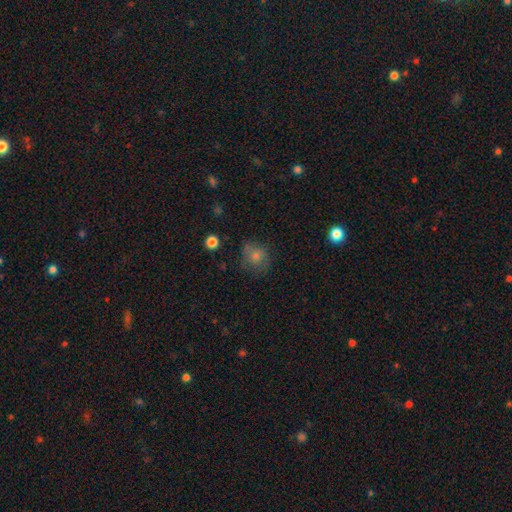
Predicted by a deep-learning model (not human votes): Smooth or featured?
  - smooth: 75% *
  - featured or disk: 14%
  - star or artifact: 11%
How rounded?
  - round: 76% *
  - in between: 23%
  - cigar-shaped: 1%
Merging?
  - none: 62% *
  - minor disturbance: 23%
  - major disturbance: 11%
  - merger: 4%